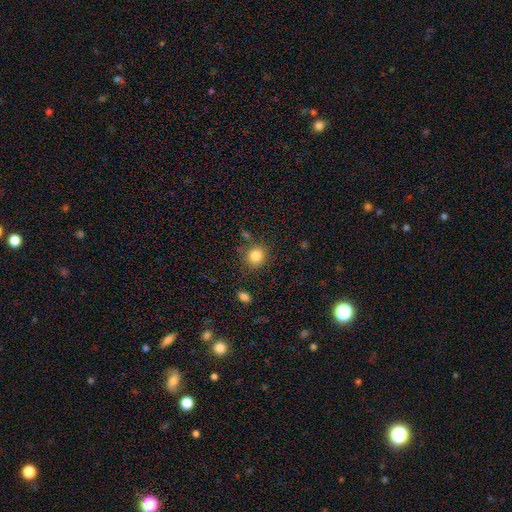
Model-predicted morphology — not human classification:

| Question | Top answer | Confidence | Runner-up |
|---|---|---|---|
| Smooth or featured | smooth | 84% | star or artifact (11%) |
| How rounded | round | 84% | in between (15%) |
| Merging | none | 80% | minor disturbance (12%) |